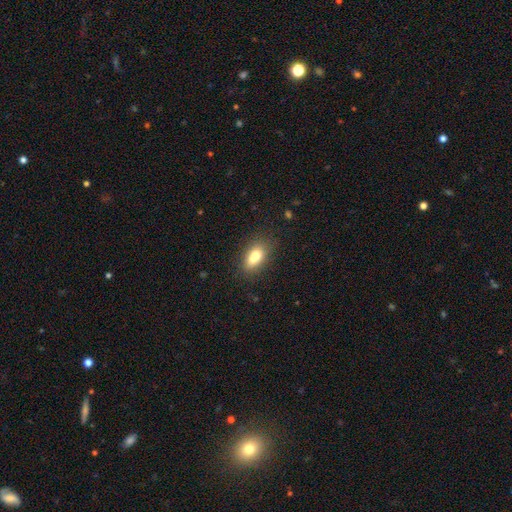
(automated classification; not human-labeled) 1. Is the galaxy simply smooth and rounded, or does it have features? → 73% smooth, 17% featured or disk, 10% star or artifact.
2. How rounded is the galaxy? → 83% in between, 11% round, 6% cigar-shaped.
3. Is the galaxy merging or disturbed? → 57% none, 22% merger, 16% minor disturbance, 5% major disturbance.